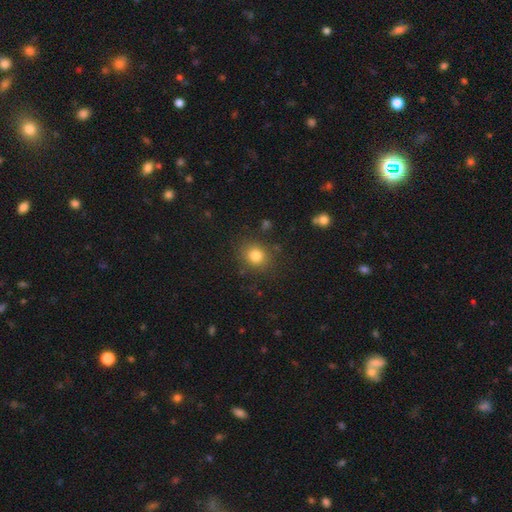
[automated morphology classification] type=smooth (81%); roundness=round (76%); merging=none (84%).